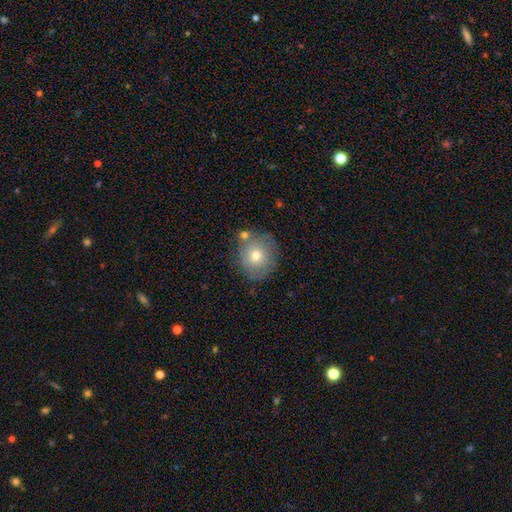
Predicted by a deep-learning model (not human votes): Smooth or featured?
  - smooth: 70% *
  - featured or disk: 20%
  - star or artifact: 10%
How rounded?
  - round: 82% *
  - in between: 17%
  - cigar-shaped: 1%
Merging?
  - none: 70% *
  - minor disturbance: 16%
  - merger: 10%
  - major disturbance: 5%